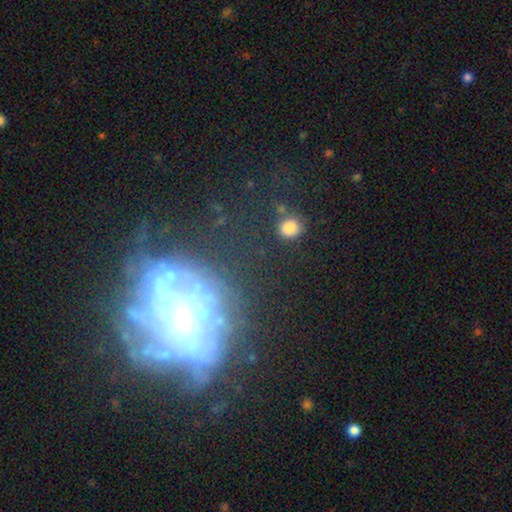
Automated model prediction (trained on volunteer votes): A featured or disk galaxy (66%) with no bar (70%), no spiral arms (62%) and a moderate central bulge (47%).

Vote fractions:
- Smooth or featured? featured or disk: 66% / star or artifact: 20% / smooth: 14%
- Edge-on disk? no: 94% / yes: 6%
- Bar? no: 70% / weak: 19% / strong: 11%
- Spiral arms? no: 62% / yes: 38%
- Bulge size? moderate: 47% / large: 27% / small: 12% / none: 7% / dominant: 6%
- Merging? none: 47% / major disturbance: 28% / minor disturbance: 18% / merger: 7%